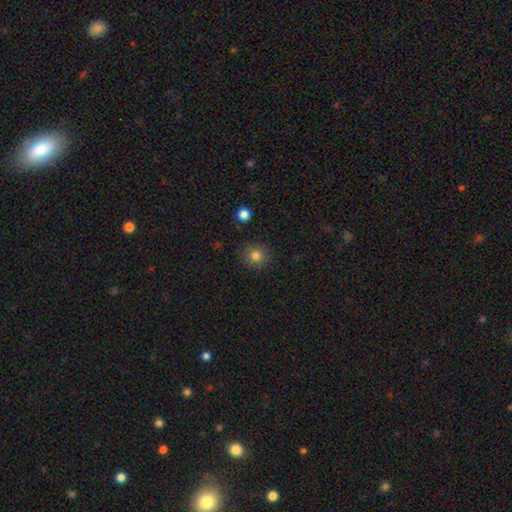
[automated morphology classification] type=smooth (81%); roundness=round (91%); merging=none (89%).